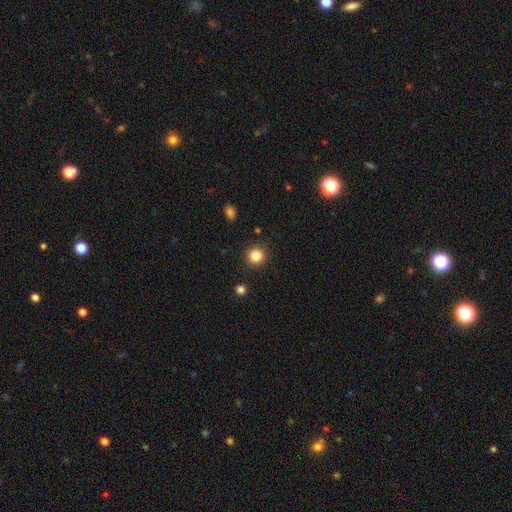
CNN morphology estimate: smooth-or-featured: smooth: 84% | star or artifact: 11% | featured or disk: 4%
  how-rounded: round: 93% | in between: 6% | cigar-shaped: 1%
  merging: none: 91% | minor disturbance: 6% | major disturbance: 2% | merger: 1%